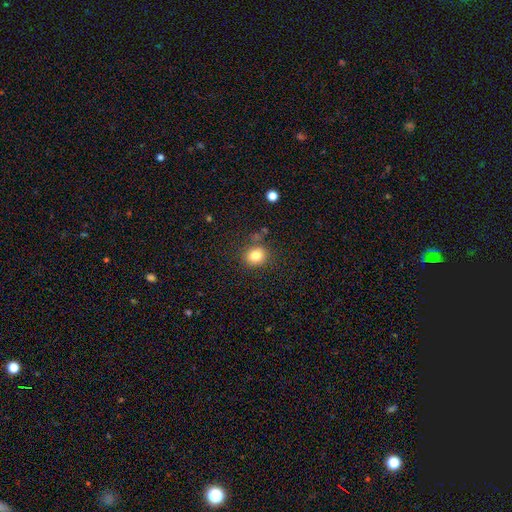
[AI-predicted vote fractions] This appears to be a smooth galaxy with no disk features (81%) that is round (77%). Merging: none (80%).